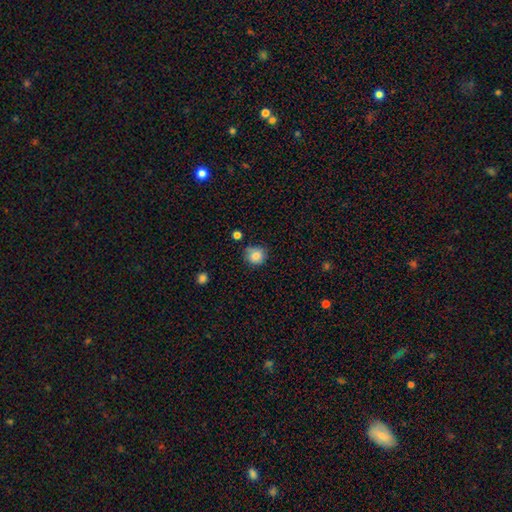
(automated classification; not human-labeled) This is clearly a smooth galaxy (83%). How rounded: clearly round (86%). Merging: likely none (74%).